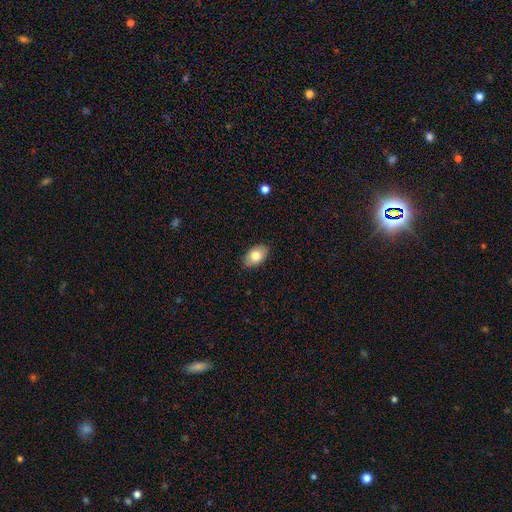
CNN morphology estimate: This appears to be a smooth galaxy with no disk features (79%) that is in between round and cigar-shaped (90%). Merging: none (88%).